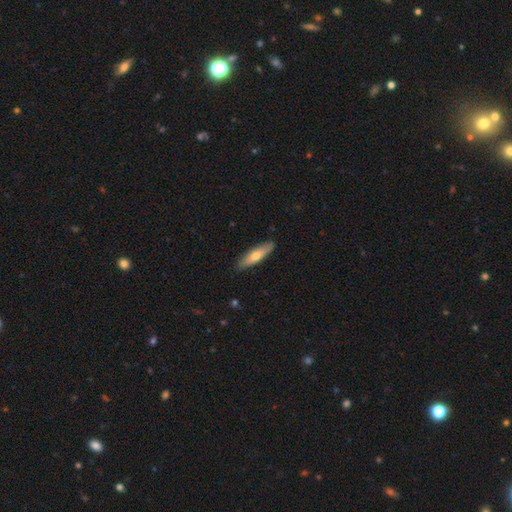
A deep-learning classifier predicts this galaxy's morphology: smooth_or_featured: smooth (p=0.62) [alt: featured or disk p=0.33]
how_rounded: cigar-shaped (p=0.70) [alt: in between p=0.28]
merging: none (p=0.88) [alt: minor disturbance p=0.09]